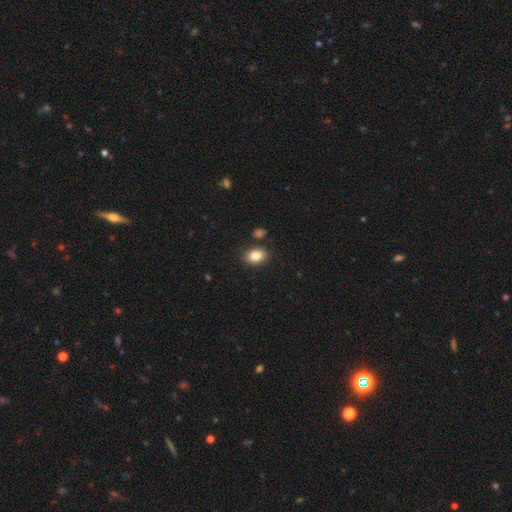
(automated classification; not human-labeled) Smooth or featured: smooth — 85% (star or artifact — 8%)
How rounded: in between — 80% (round — 19%)
Merging: none — 83% (minor disturbance — 10%)